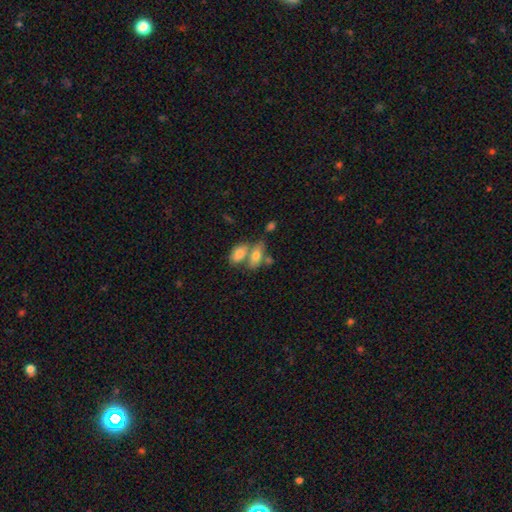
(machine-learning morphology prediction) A smooth galaxy with no disk features (72%) that is in between round and cigar-shaped (82%). Merging: merger (46%).